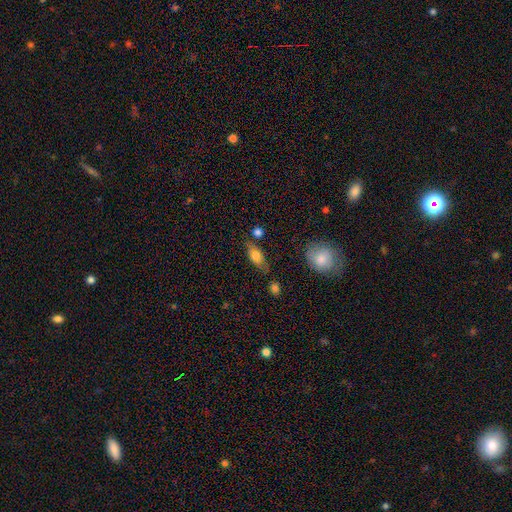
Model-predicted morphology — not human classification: smooth_or_featured: smooth (p=0.72) [alt: featured or disk p=0.21]
how_rounded: in between (p=0.78) [alt: cigar-shaped p=0.16]
merging: none (p=0.70) [alt: minor disturbance p=0.19]